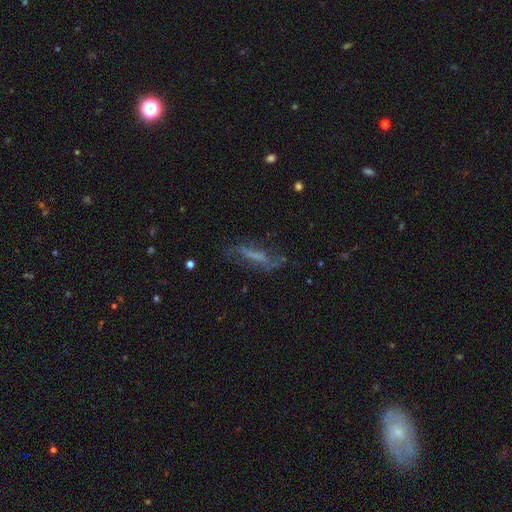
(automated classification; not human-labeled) Smooth or featured? featured or disk (53%)
Edge-on disk? no (64%)
Merging? none (54%)